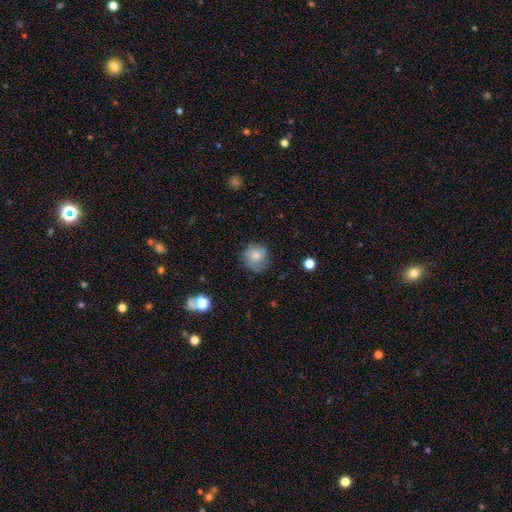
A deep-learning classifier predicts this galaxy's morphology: smooth-or-featured: smooth: 72% | featured or disk: 18% | star or artifact: 9%
  how-rounded: round: 87% | in between: 12% | cigar-shaped: 1%
  merging: none: 70% | minor disturbance: 22% | major disturbance: 7% | merger: 1%